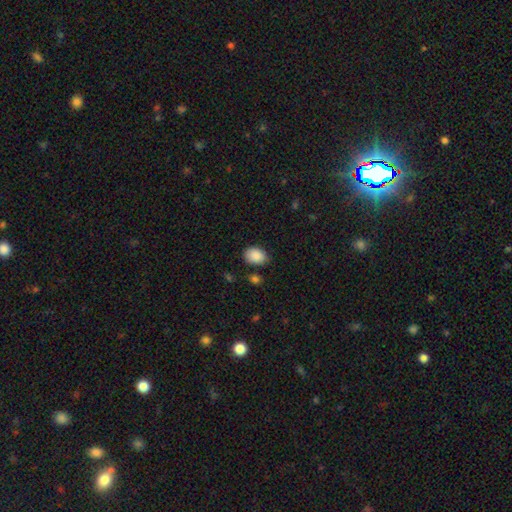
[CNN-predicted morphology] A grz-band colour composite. It shows a smooth galaxy with no disk features (88%) that is in between round and cigar-shaped (78%). Merging: none (75%).